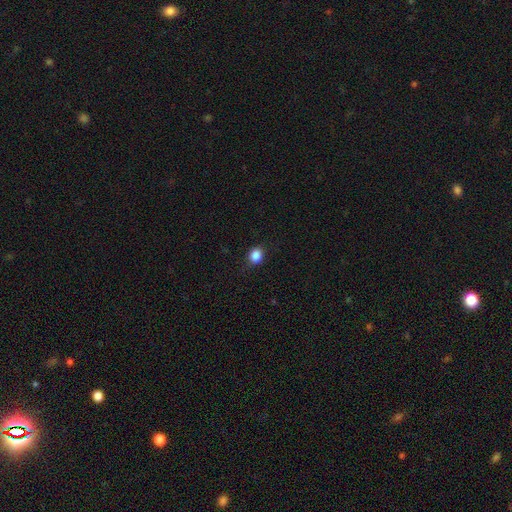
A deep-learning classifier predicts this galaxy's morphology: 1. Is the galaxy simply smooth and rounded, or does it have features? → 86% smooth, 10% star or artifact, 4% featured or disk.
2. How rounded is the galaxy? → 68% round, 31% in between, 1% cigar-shaped.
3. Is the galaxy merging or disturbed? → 83% none, 13% minor disturbance, 3% major disturbance, 1% merger.